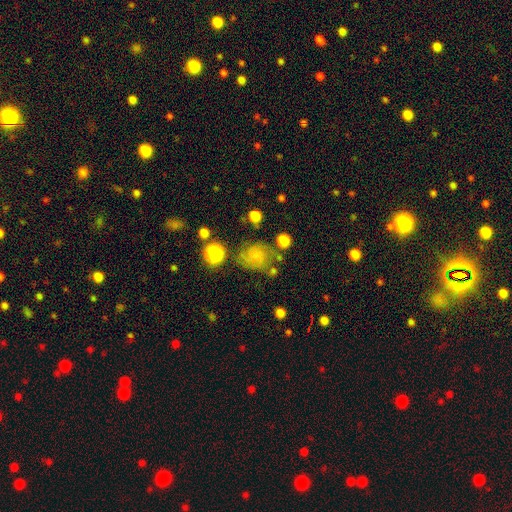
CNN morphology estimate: Q: Smooth or featured?
A: smooth (61%); runner-up: featured or disk (22%)
Q: How rounded?
A: round (68%); runner-up: in between (31%)
Q: Merging?
A: none (57%); runner-up: minor disturbance (23%)